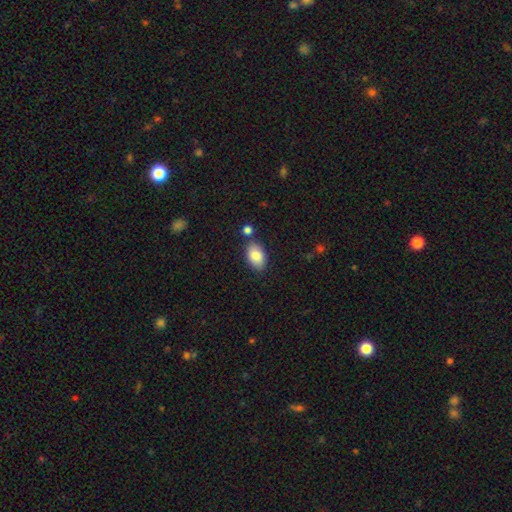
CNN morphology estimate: Smooth or featured: smooth — 83% (featured or disk — 10%)
How rounded: in between — 91% (round — 8%)
Merging: none — 76% (minor disturbance — 12%)